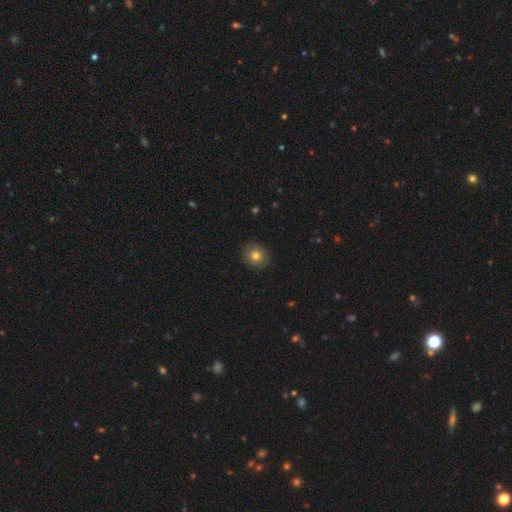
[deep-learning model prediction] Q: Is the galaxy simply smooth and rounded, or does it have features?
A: smooth — 76%.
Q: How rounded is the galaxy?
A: round — 71%.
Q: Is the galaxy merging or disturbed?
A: none — 87%.